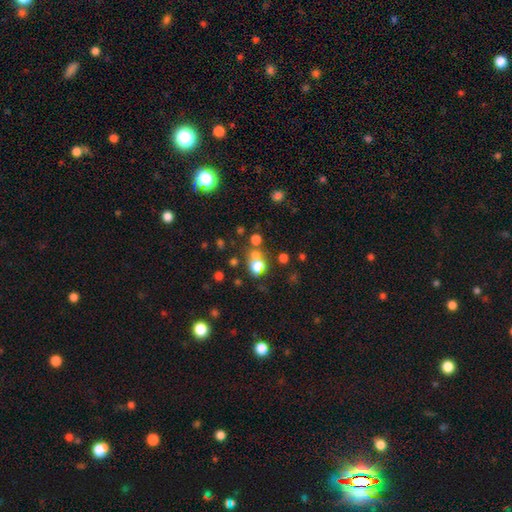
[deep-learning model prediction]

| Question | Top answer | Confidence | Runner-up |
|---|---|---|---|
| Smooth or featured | smooth | 59% | star or artifact (28%) |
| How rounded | round | 73% | in between (26%) |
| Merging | none | 53% | merger (31%) |